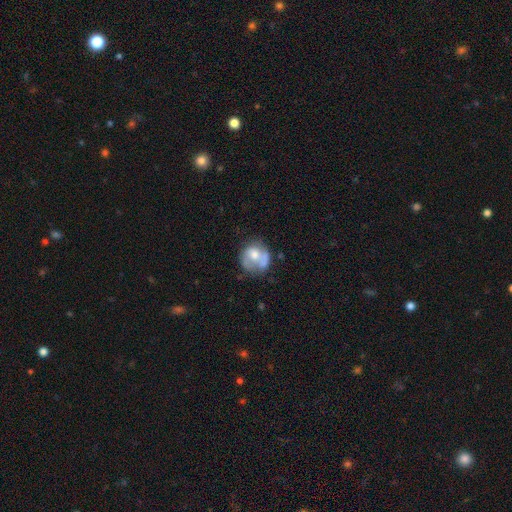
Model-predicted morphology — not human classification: smooth 47%, featured or disk 45%, star or artifact 7%. Down the decision tree: merging — none (41%).